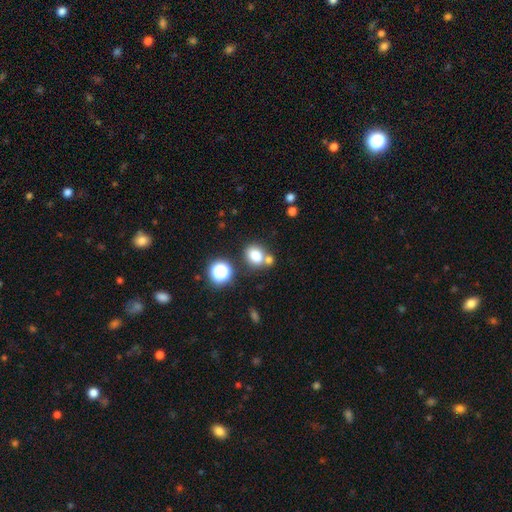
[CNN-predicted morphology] smooth 78%, star or artifact 14%, featured or disk 8%. Down the decision tree: how rounded — round (55%); merging — none (61%).